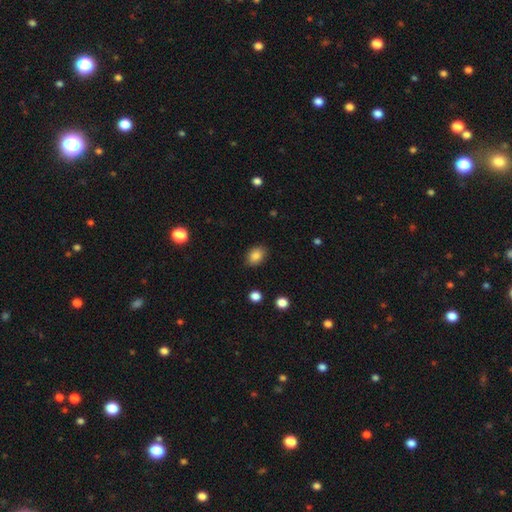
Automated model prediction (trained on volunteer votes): This appears to be a smooth galaxy with no disk features (85%) that is in between round and cigar-shaped (75%). Merging: none (87%).